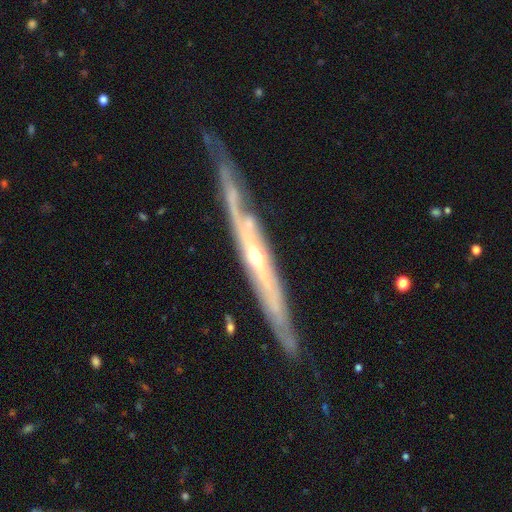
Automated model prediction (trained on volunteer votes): Smooth or featured: featured or disk — 84% (smooth — 11%)
Edge-on disk: yes — 79% (no — 21%)
Edge-on bulge: rounded — 58% (none — 38%)
Merging: none — 68% (minor disturbance — 23%)